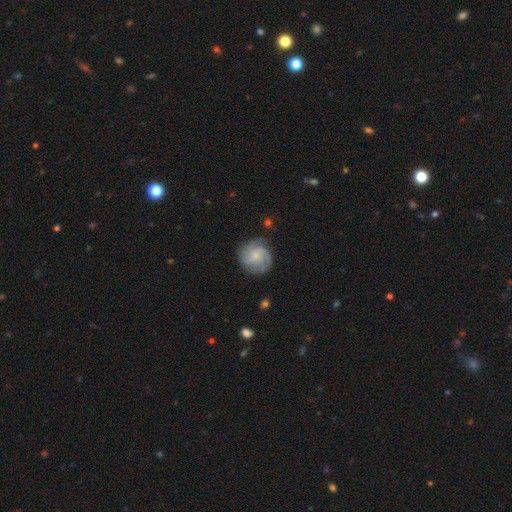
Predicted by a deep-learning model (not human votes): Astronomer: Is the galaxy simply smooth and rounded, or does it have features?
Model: featured or disk — 65%.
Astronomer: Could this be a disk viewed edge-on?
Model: no — 98%.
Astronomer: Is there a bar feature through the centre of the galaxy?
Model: no — 71%.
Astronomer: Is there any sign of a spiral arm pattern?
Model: yes — 93%.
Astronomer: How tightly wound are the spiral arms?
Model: tight — 47% (runner-up: medium, 40%).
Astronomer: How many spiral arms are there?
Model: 3 — 38% (runner-up: can't tell, 22%).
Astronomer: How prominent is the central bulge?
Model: small — 66%.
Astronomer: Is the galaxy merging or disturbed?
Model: none — 75%.